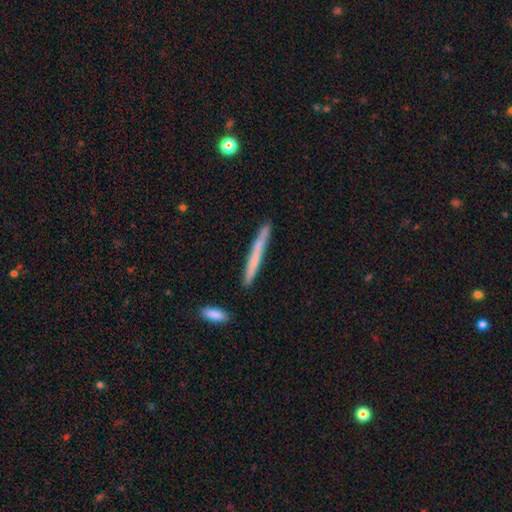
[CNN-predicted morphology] This appears to be a smooth galaxy with no disk features (62%) that is cigar-shaped (97%). Merging: none (87%).